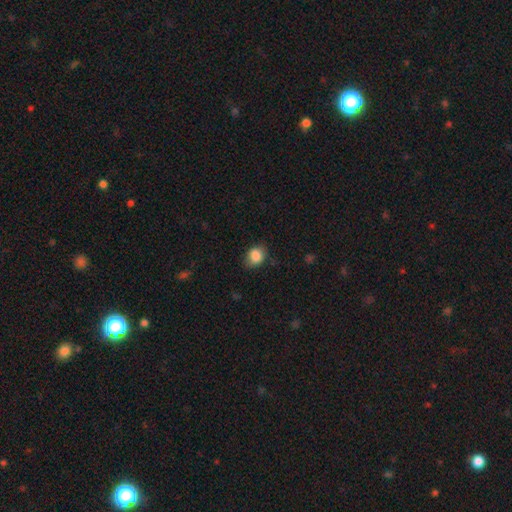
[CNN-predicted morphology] smooth_or_featured: smooth (p=0.85) [alt: star or artifact p=0.09]
how_rounded: round (p=0.50) [alt: in between p=0.49]
merging: none (p=0.73) [alt: minor disturbance p=0.21]